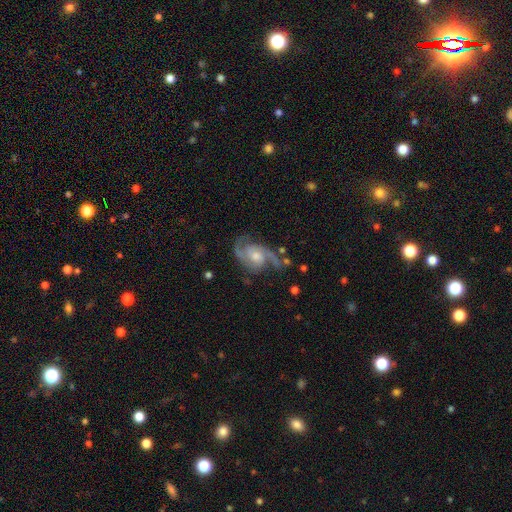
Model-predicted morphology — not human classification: Overall: featured or disk (89%). Edge-on disk: no (97%). Bar: no (63%; weak 31%). Spiral arms: yes (97%). Spiral arm count: 2 (77%). Spiral winding: medium (54%; loose 24%). Bulge size: moderate (58%; small 29%). Merging: none (65%).